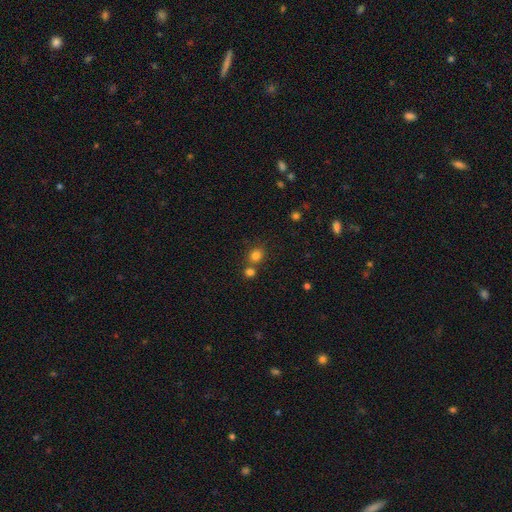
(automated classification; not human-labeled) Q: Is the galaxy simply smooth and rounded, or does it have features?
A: smooth — 81%.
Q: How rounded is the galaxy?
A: round — 76%.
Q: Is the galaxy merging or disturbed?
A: none — 61%.